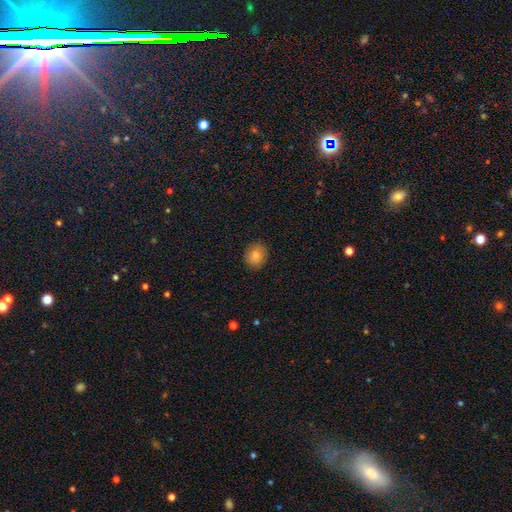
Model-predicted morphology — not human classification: This appears to be a smooth galaxy with no disk features (83%) that is round (78%). Merging: none (87%).